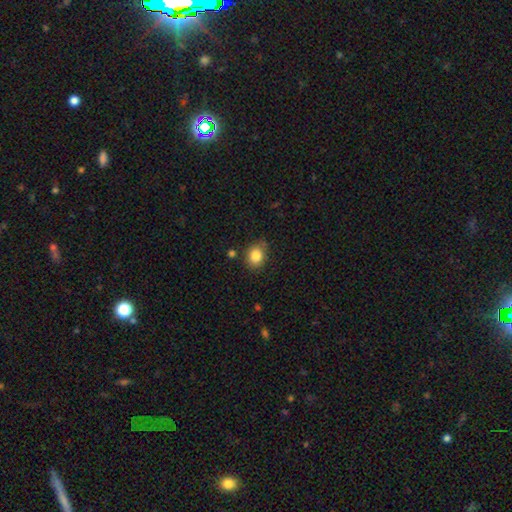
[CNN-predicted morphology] A smooth galaxy with no disk features (84%) that is round (54%). Merging: none (77%).